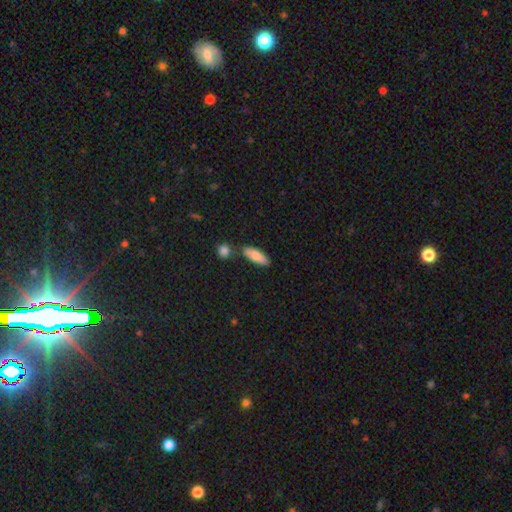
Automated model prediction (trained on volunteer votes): Smooth or featured?
  - smooth: 80% *
  - featured or disk: 13%
  - star or artifact: 6%
How rounded?
  - in between: 61% *
  - cigar-shaped: 37%
  - round: 2%
Merging?
  - none: 72% *
  - minor disturbance: 13%
  - merger: 12%
  - major disturbance: 3%